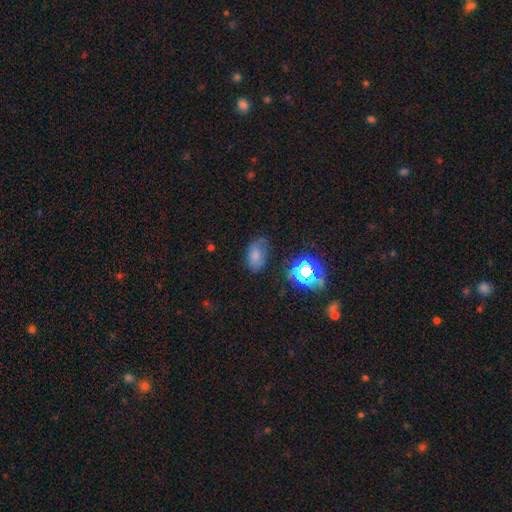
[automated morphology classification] Smooth or featured?
  - smooth: 69% *
  - star or artifact: 18%
  - featured or disk: 13%
How rounded?
  - in between: 87% *
  - round: 11%
  - cigar-shaped: 2%
Merging?
  - none: 60% *
  - minor disturbance: 28%
  - major disturbance: 10%
  - merger: 3%